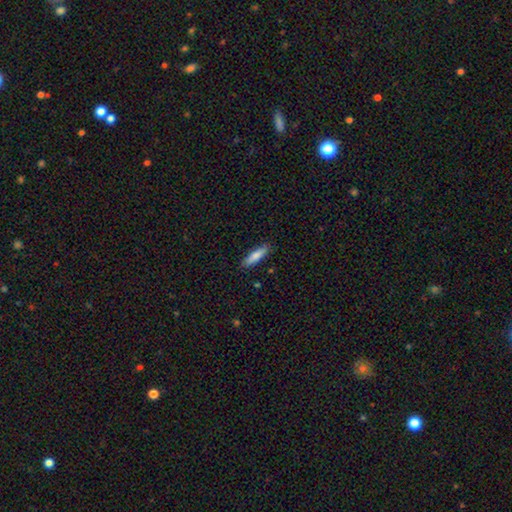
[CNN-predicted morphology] smooth_or_featured: smooth (p=0.80) [alt: featured or disk p=0.14]
how_rounded: cigar-shaped (p=0.71) [alt: in between p=0.28]
merging: none (p=0.88) [alt: minor disturbance p=0.09]